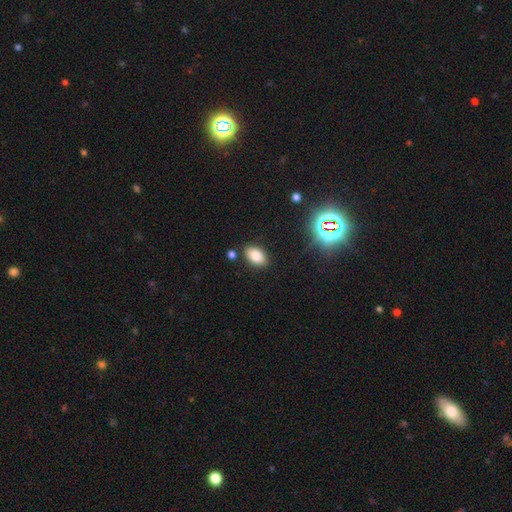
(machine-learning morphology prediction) Smooth or featured?
  - smooth: 81% *
  - star or artifact: 12%
  - featured or disk: 7%
How rounded?
  - in between: 90% *
  - round: 8%
  - cigar-shaped: 2%
Merging?
  - none: 83% *
  - minor disturbance: 11%
  - merger: 3%
  - major disturbance: 3%